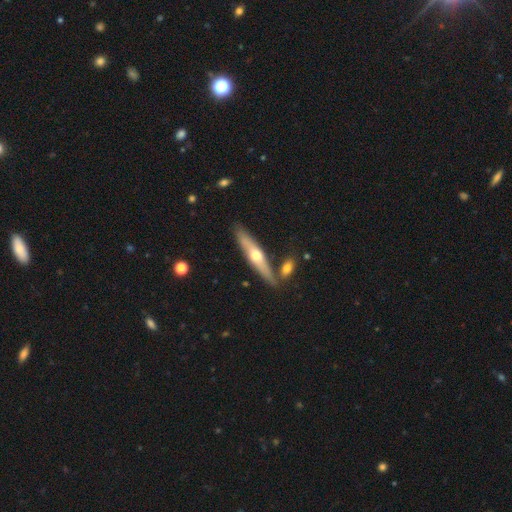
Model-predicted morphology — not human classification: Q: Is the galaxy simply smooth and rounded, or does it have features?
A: featured or disk — 53%.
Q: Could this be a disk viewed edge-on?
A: yes — 85%.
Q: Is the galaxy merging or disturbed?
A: none — 76%.